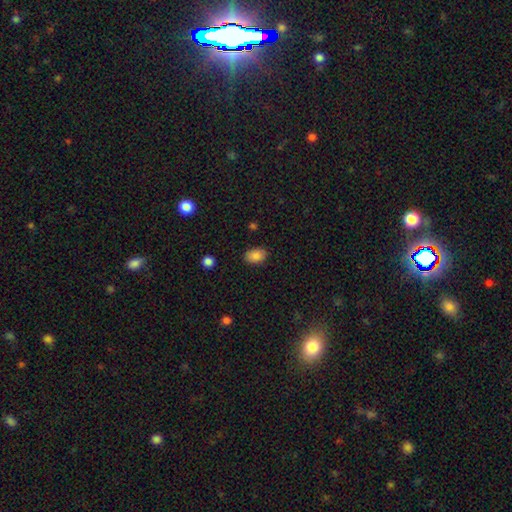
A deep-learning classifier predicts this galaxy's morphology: Smooth or featured? Predicted: smooth (p=0.86). How rounded? Predicted: in between (p=0.82). Merging? Predicted: none (p=0.86).